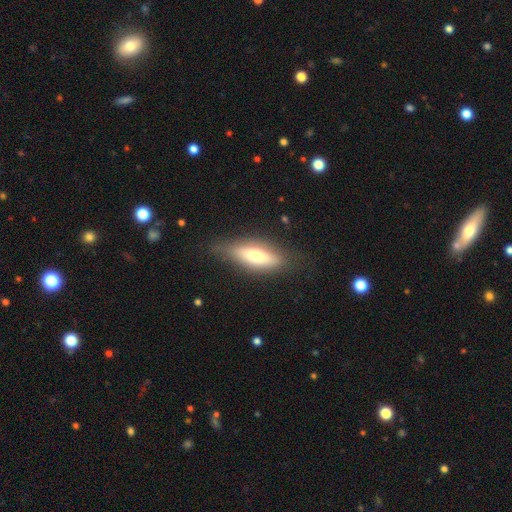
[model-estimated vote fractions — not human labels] A smooth galaxy with no disk features (63%) that is in between round and cigar-shaped (59%). Merging: none (74%).